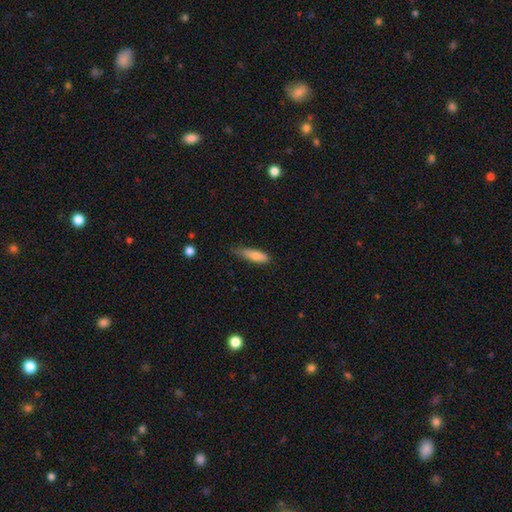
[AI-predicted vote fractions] A smooth galaxy with no disk features (79%) that is cigar-shaped (61%).

Vote fractions:
- Smooth or featured? smooth: 79% / featured or disk: 14% / star or artifact: 7%
- How rounded? cigar-shaped: 61% / in between: 37% / round: 2%
- Merging? none: 55% / minor disturbance: 36% / major disturbance: 7% / merger: 2%